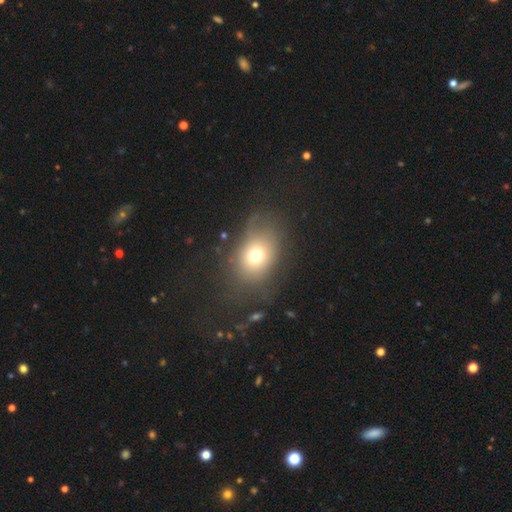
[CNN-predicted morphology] Smooth or featured? smooth (69%)
How rounded? in between (57%)
Merging? none (62%)